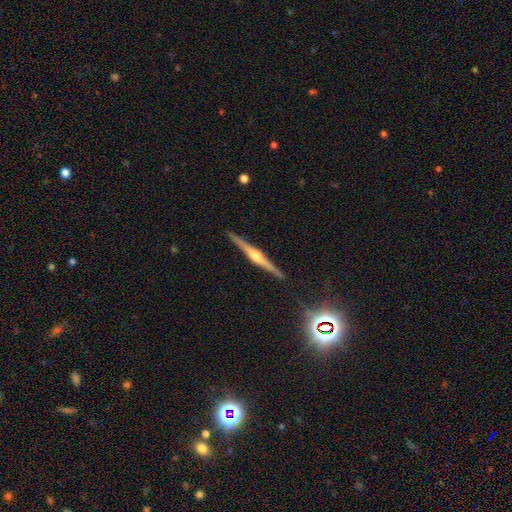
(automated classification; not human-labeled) Smooth or featured? Predicted: featured or disk (p=0.83). Edge-on disk? Predicted: yes (p=0.99). Edge-on bulge? Predicted: rounded (p=0.86). Merging? Predicted: none (p=0.91).